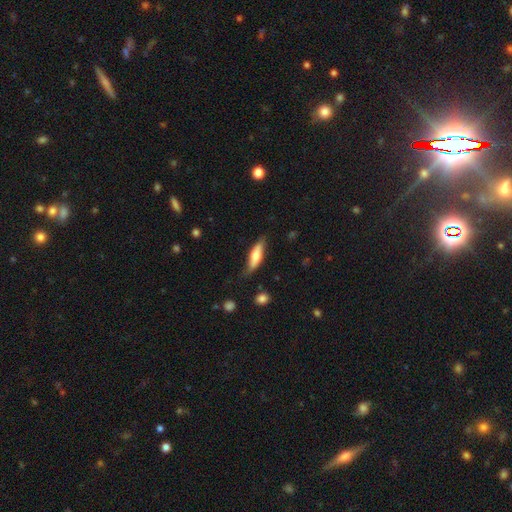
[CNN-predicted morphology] smooth_or_featured: smooth (p=0.58) [alt: featured or disk p=0.37]
how_rounded: cigar-shaped (p=0.60) [alt: in between p=0.38]
merging: none (p=0.71) [alt: minor disturbance p=0.22]